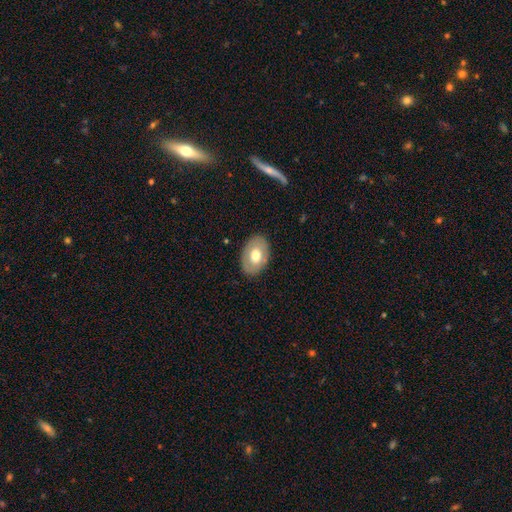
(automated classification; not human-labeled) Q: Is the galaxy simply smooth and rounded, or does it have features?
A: smooth — 61%.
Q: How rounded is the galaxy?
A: in between — 84%.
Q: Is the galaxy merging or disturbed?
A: none — 85%.